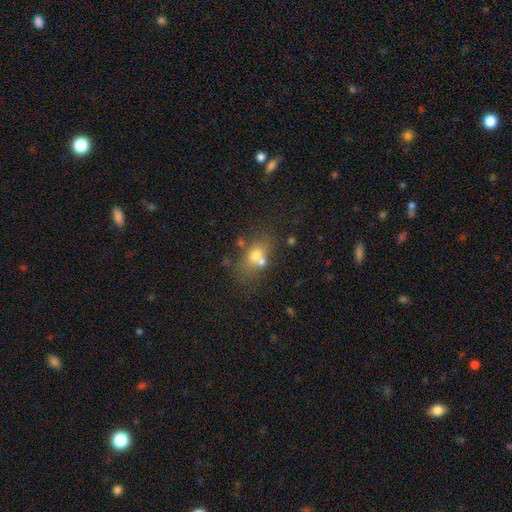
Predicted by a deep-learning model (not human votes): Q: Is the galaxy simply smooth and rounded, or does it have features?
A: smooth — 61%.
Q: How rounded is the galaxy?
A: in between — 54%.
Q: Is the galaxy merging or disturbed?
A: none — 46%.